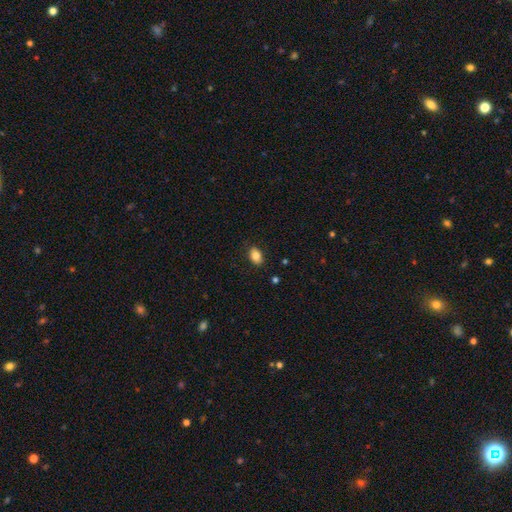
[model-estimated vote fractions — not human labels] The model was most divided on "how rounded": in between: 84%, round: 14%, cigar-shaped: 2%. More confident: merging — none (87%); smooth or featured — smooth (83%).